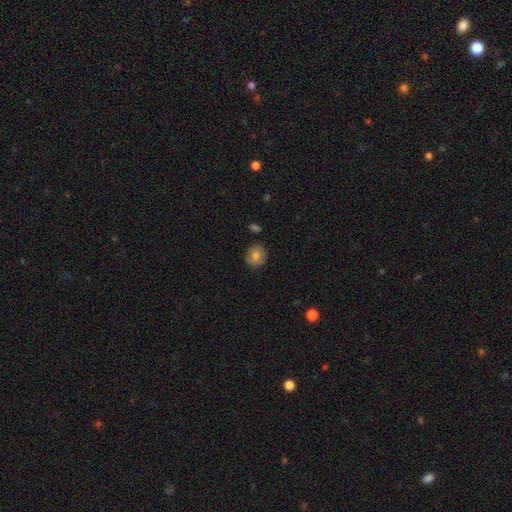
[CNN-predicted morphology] This is likely a smooth galaxy (76%). How rounded: clearly round (84%). Merging: clearly none (86%).